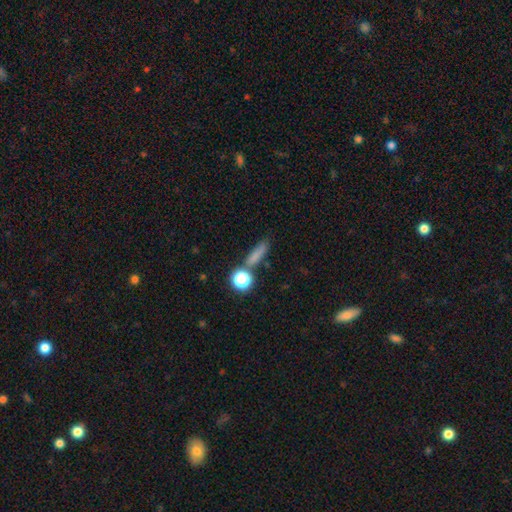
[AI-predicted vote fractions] Smooth or featured?
  - smooth: 73% *
  - star or artifact: 17%
  - featured or disk: 10%
How rounded?
  - cigar-shaped: 58% *
  - in between: 24%
  - round: 18%
Merging?
  - none: 69% *
  - minor disturbance: 13%
  - merger: 13%
  - major disturbance: 5%